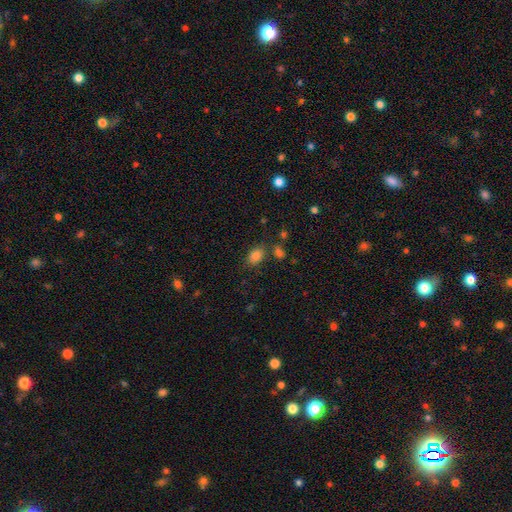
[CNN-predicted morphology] type=smooth (83%); roundness=in between (79%); merging=none (74%).